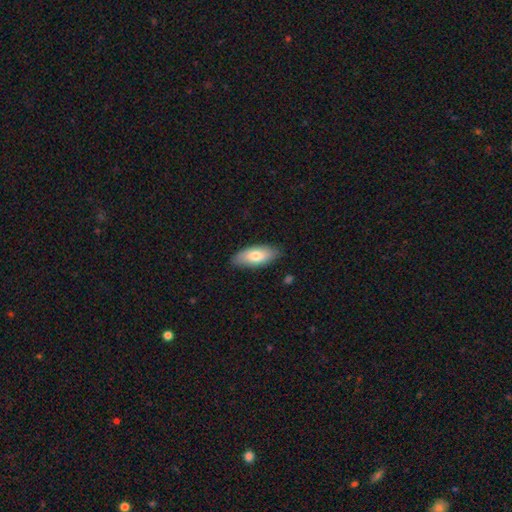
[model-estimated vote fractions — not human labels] Smooth or featured?
  - smooth: 74% *
  - featured or disk: 20%
  - star or artifact: 6%
How rounded?
  - in between: 86% *
  - cigar-shaped: 11%
  - round: 2%
Merging?
  - none: 83% *
  - minor disturbance: 13%
  - major disturbance: 2%
  - merger: 1%